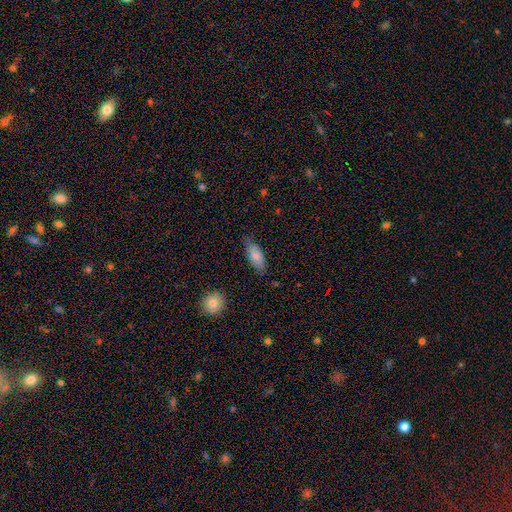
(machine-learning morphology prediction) Smooth or featured? smooth (83%)
How rounded? in between (86%)
Merging? none (71%)